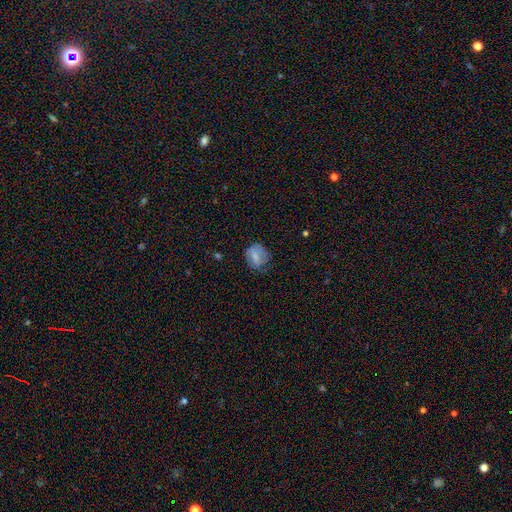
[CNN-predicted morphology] Smooth or featured?
  - smooth: 70% *
  - featured or disk: 20%
  - star or artifact: 10%
How rounded?
  - round: 66% *
  - in between: 33%
  - cigar-shaped: 1%
Merging?
  - none: 59% *
  - minor disturbance: 28%
  - major disturbance: 12%
  - merger: 2%